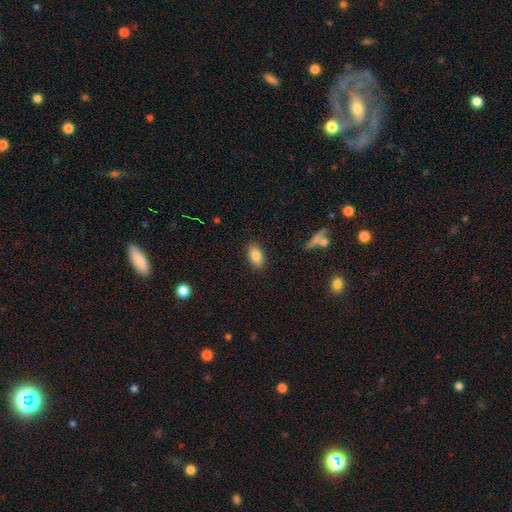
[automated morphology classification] A smooth galaxy with no disk features (85%) that is in between round and cigar-shaped (90%). Merging: none (87%).